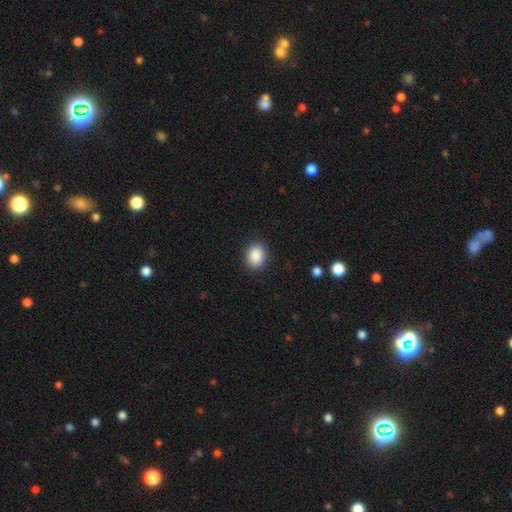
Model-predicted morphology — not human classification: A smooth galaxy with no disk features (89%) that is in between round and cigar-shaped (53%). Merging: none (88%).